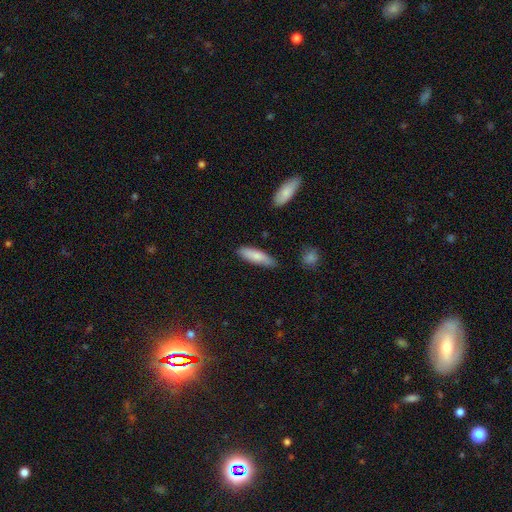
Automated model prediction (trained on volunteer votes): A smooth galaxy with no disk features (81%) that is cigar-shaped (58%). Merging: none (78%).